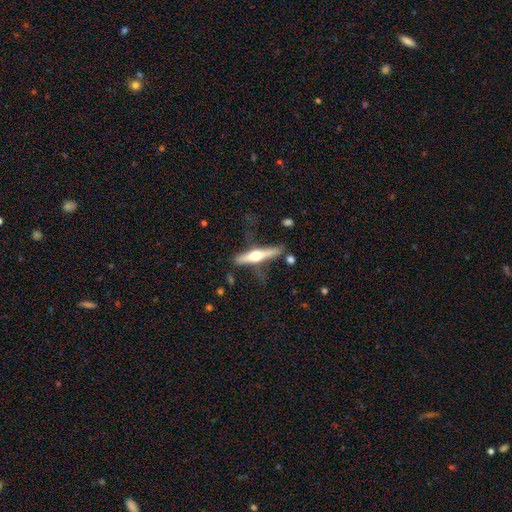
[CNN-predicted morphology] This appears to be a featured or disk galaxy (67%) viewed edge-on (96%) with a rounded central bulge (94%). Merging: none (73%).